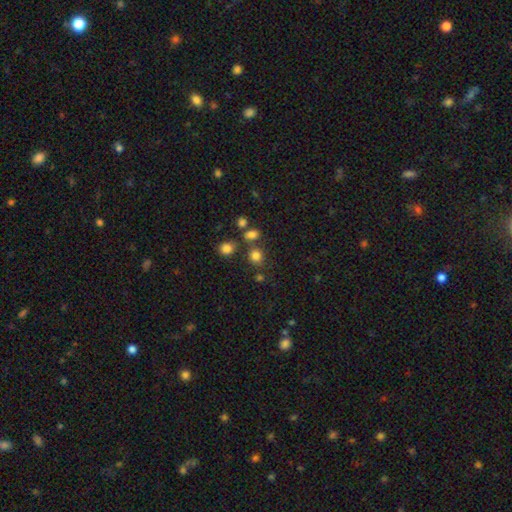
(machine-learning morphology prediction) This appears to be a smooth galaxy with no disk features (79%) that is round (78%). Merging: none (70%).